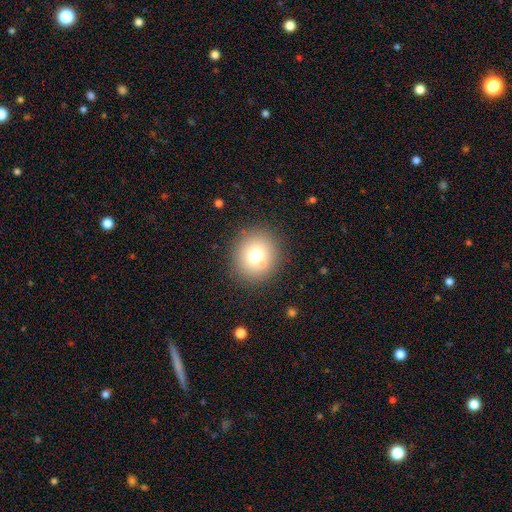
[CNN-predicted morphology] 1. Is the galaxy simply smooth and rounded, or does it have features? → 70% smooth, 16% featured or disk, 14% star or artifact.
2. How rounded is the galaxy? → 88% round, 11% in between, 1% cigar-shaped.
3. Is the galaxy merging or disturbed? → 76% none, 11% merger, 9% minor disturbance, 3% major disturbance.